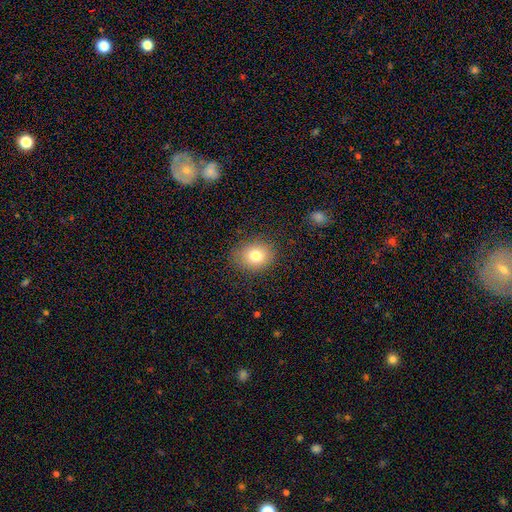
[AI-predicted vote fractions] smooth 78%, star or artifact 11%, featured or disk 11%. Down the decision tree: how rounded — round (62%); merging — none (84%).